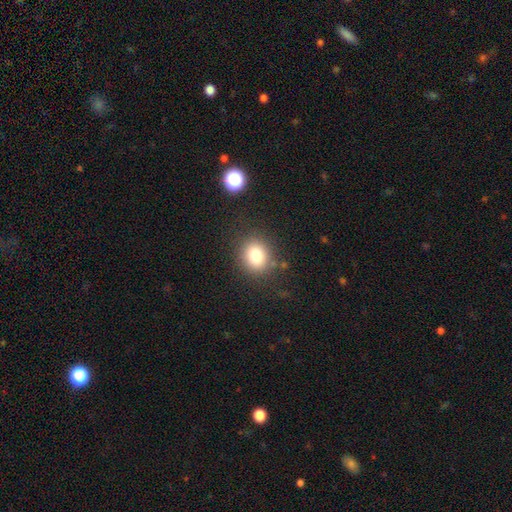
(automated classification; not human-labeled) The model was most divided on "how rounded": round: 66%, in between: 33%, cigar-shaped: 1%. More confident: merging — none (83%); smooth or featured — smooth (80%).